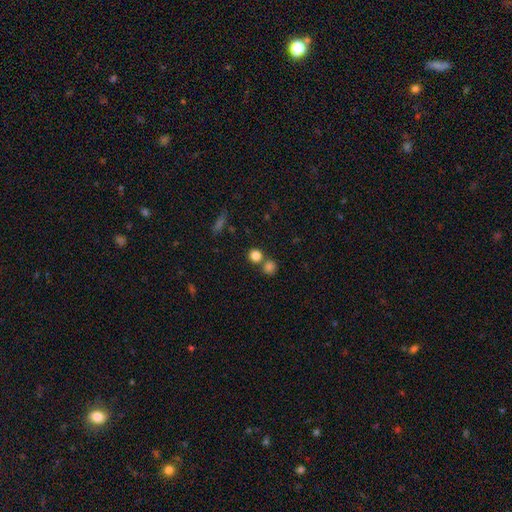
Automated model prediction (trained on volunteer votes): This appears to be a smooth galaxy with no disk features (82%) that is round (89%). Merging: none (62%).